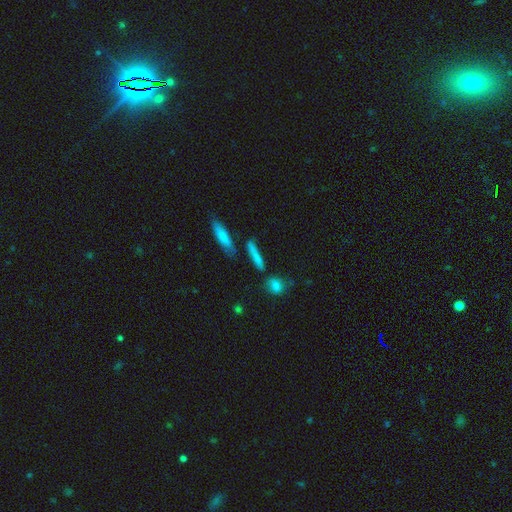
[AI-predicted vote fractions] Smooth or featured? Predicted: smooth (p=0.69). How rounded? Predicted: cigar-shaped (p=0.78). Merging? Predicted: none (p=0.69).